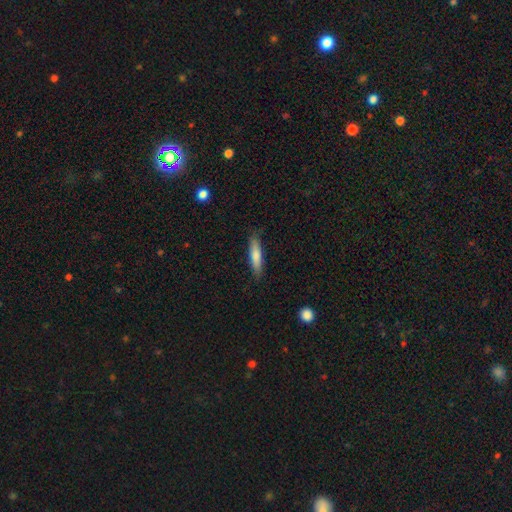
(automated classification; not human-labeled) Smooth or featured? Predicted: smooth (p=0.77). How rounded? Predicted: cigar-shaped (p=0.80). Merging? Predicted: none (p=0.84).